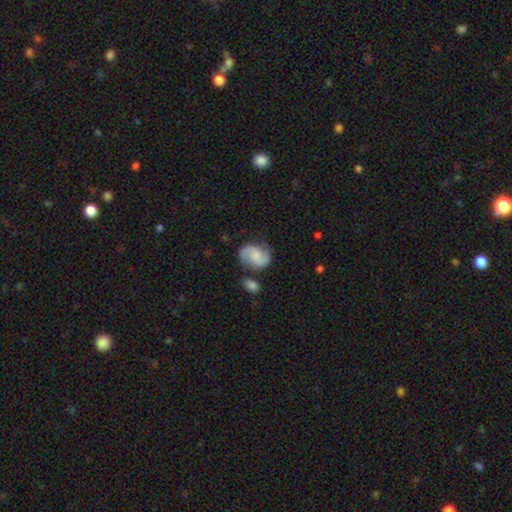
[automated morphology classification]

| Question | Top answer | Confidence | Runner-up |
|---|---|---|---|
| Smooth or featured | featured or disk | 74% | smooth (20%) |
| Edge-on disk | no | 98% | yes (2%) |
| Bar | no | 53% | weak (38%) |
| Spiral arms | yes | 95% | no (5%) |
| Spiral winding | medium | 51% | loose (29%) |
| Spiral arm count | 2 | 91% | can't tell (3%) |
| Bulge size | none | 39% | small (26%) |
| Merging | none | 71% | minor disturbance (16%) |